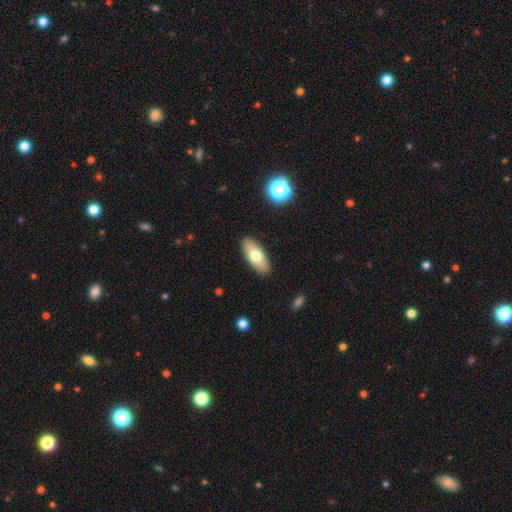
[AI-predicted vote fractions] A smooth galaxy with no disk features (71%) that is in between round and cigar-shaped (80%). Merging: none (89%).